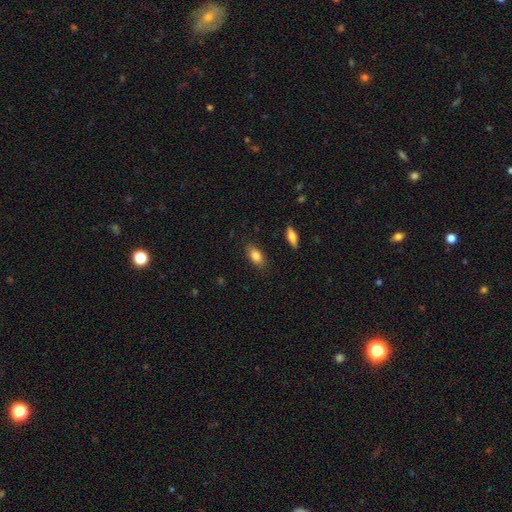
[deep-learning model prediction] This is clearly a smooth galaxy (84%). How rounded: clearly in between (88%). Merging: clearly none (84%).